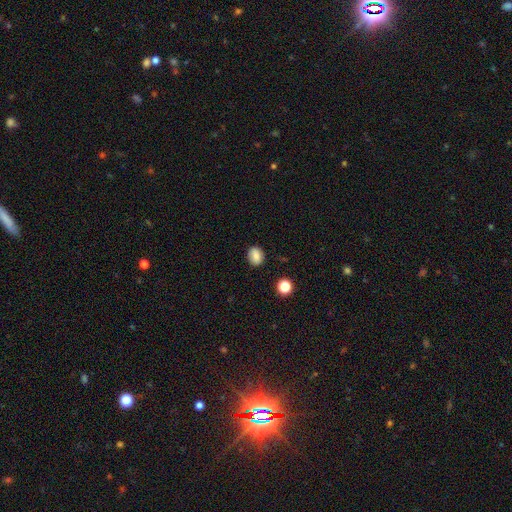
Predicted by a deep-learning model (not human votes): A smooth galaxy with no disk features (82%) that is in between round and cigar-shaped (56%). Merging: none (85%).